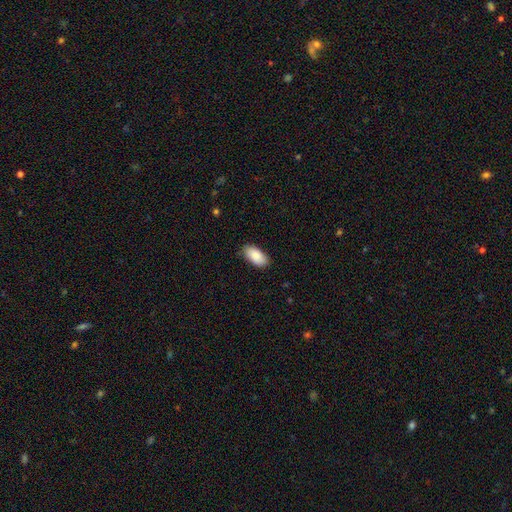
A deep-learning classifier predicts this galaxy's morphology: Smooth or featured?
  - smooth: 88% *
  - star or artifact: 6%
  - featured or disk: 6%
How rounded?
  - in between: 94% *
  - cigar-shaped: 4%
  - round: 2%
Merging?
  - none: 84% *
  - minor disturbance: 12%
  - major disturbance: 2%
  - merger: 1%